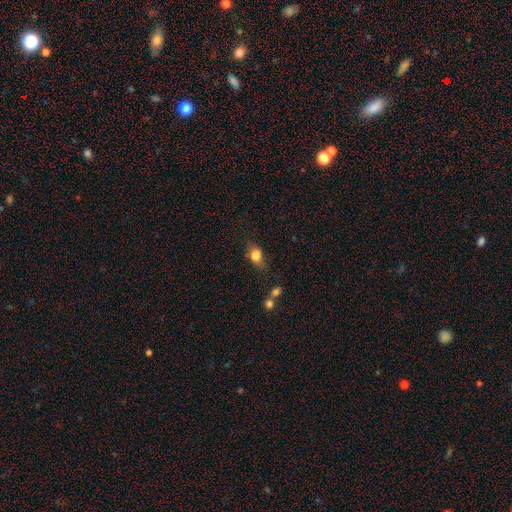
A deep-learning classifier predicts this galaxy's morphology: type=smooth (81%); roundness=in between (65%); merging=none (57%).